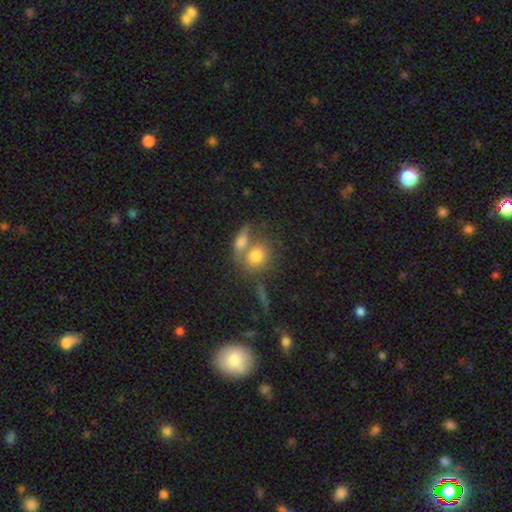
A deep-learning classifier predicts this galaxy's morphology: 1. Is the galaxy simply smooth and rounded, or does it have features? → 73% smooth, 17% featured or disk, 10% star or artifact.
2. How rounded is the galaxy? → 64% round, 33% in between, 3% cigar-shaped.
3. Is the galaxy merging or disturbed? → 44% merger, 38% none, 11% minor disturbance, 7% major disturbance.